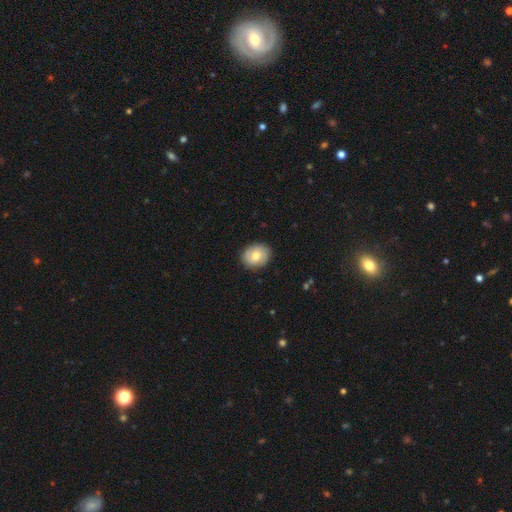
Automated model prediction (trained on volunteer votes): smooth 68%, featured or disk 25%, star or artifact 7%. Down the decision tree: how rounded — round (59%); merging — none (86%).